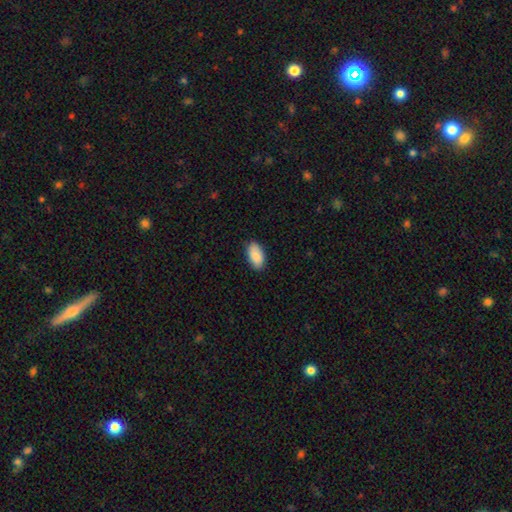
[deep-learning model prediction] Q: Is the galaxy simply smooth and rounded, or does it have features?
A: smooth — 89%.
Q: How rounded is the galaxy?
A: in between — 95%.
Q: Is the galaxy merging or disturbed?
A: none — 85%.